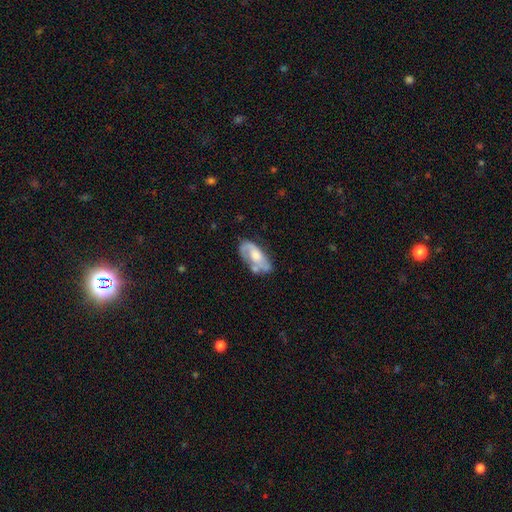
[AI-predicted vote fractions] This is possibly a featured or disk galaxy (55%). It is clearly not viewed edge-on (91%). Merging: possibly none (46%).